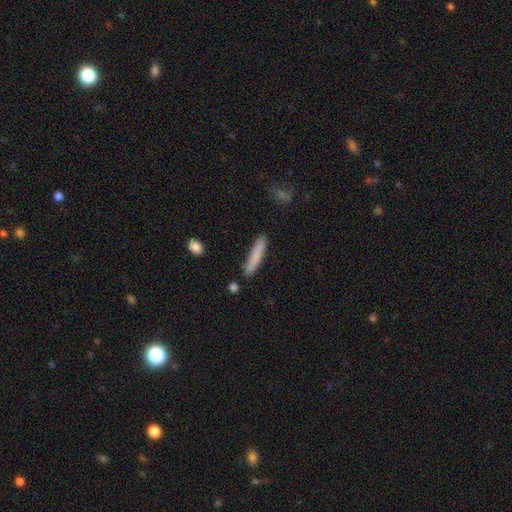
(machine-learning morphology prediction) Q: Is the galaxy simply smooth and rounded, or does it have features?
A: smooth — 80%.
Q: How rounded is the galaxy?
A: cigar-shaped — 92%.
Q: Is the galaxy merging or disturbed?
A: none — 84%.